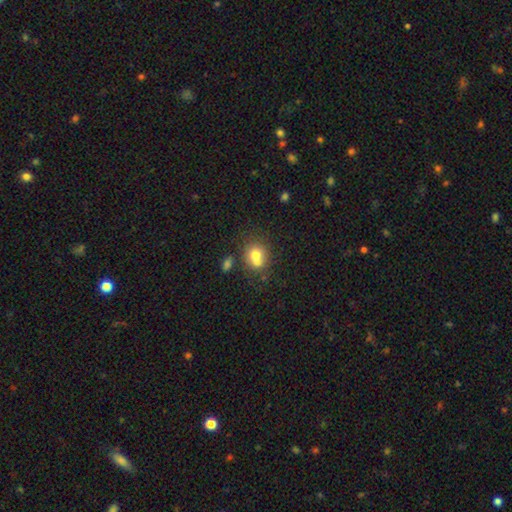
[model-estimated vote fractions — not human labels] smooth-or-featured: smooth: 71% | featured or disk: 18% | star or artifact: 11%
  how-rounded: round: 77% | in between: 23% | cigar-shaped: 1%
  merging: merger: 44% | none: 42% | minor disturbance: 10% | major disturbance: 4%